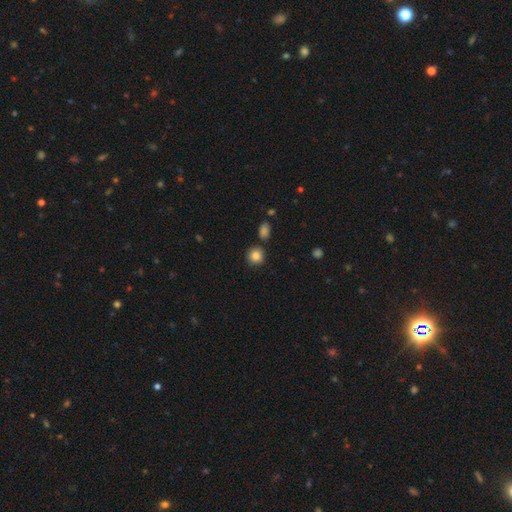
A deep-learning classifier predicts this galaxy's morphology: This is clearly a smooth galaxy (86%). How rounded: clearly round (89%). Merging: clearly none (82%).